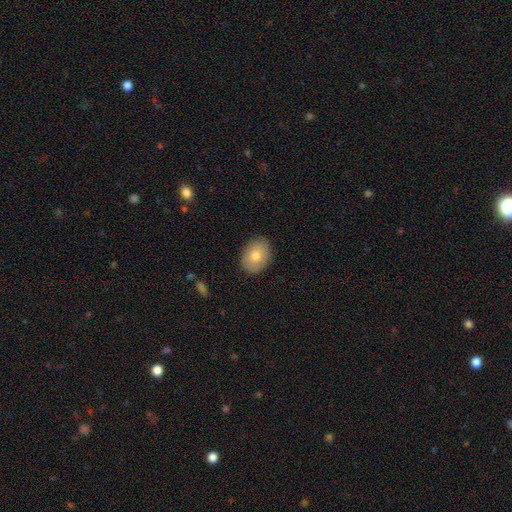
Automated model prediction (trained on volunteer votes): Smooth or featured? smooth (75%)
How rounded? in between (68%)
Merging? none (87%)